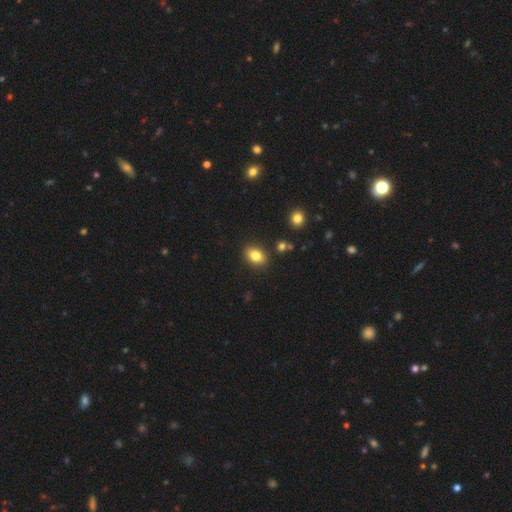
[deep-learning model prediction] A smooth galaxy with no disk features (82%) that is in between round and cigar-shaped (78%).

Vote fractions:
- Smooth or featured? smooth: 82% / star or artifact: 9% / featured or disk: 8%
- How rounded? in between: 78% / round: 21% / cigar-shaped: 1%
- Merging? none: 86% / minor disturbance: 9% / merger: 3% / major disturbance: 2%